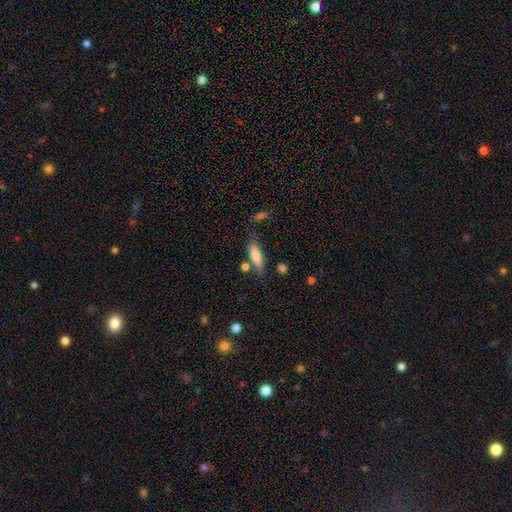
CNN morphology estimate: This is likely a smooth galaxy (75%). How rounded: possibly cigar-shaped (56%). Merging: likely none (68%).